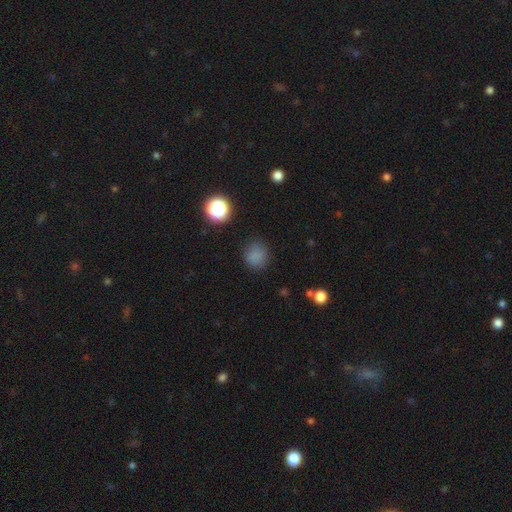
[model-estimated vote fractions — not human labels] smooth 77%, star or artifact 18%, featured or disk 6%. Down the decision tree: how rounded — round (84%); merging — none (80%).